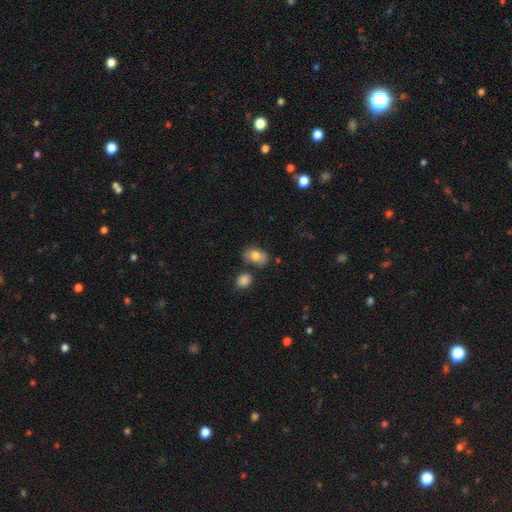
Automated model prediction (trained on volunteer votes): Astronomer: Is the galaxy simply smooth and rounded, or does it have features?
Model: smooth — 75%.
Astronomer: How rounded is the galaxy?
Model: in between — 79%.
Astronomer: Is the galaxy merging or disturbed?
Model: none — 62%.